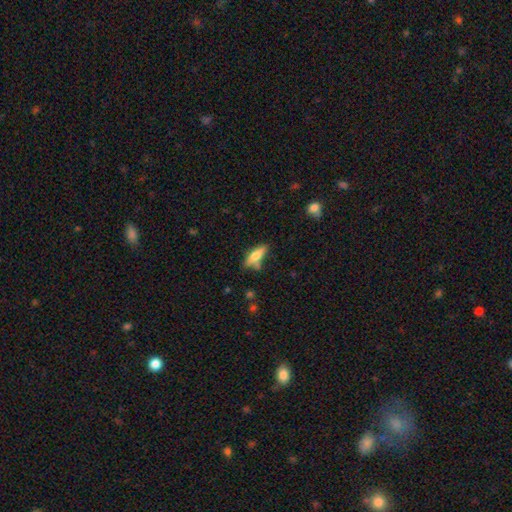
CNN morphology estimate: A smooth galaxy with no disk features (63%) that is cigar-shaped (51%).

Vote fractions:
- Smooth or featured? smooth: 63% / featured or disk: 30% / star or artifact: 7%
- How rounded? cigar-shaped: 51% / in between: 46% / round: 3%
- Merging? none: 61% / minor disturbance: 21% / merger: 11% / major disturbance: 7%